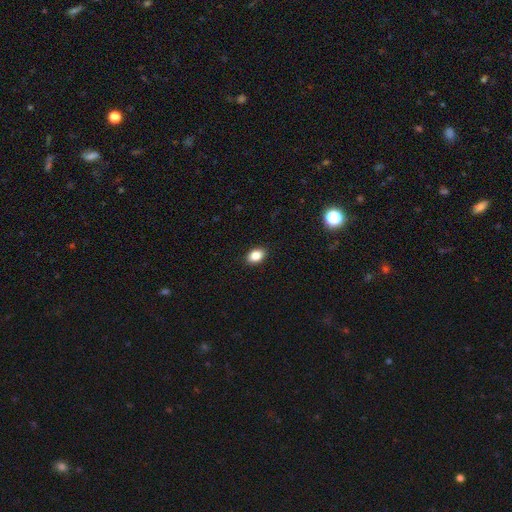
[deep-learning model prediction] smooth_or_featured: smooth (p=0.86) [alt: star or artifact p=0.09]
how_rounded: in between (p=0.80) [alt: round p=0.19]
merging: none (p=0.90) [alt: minor disturbance p=0.07]